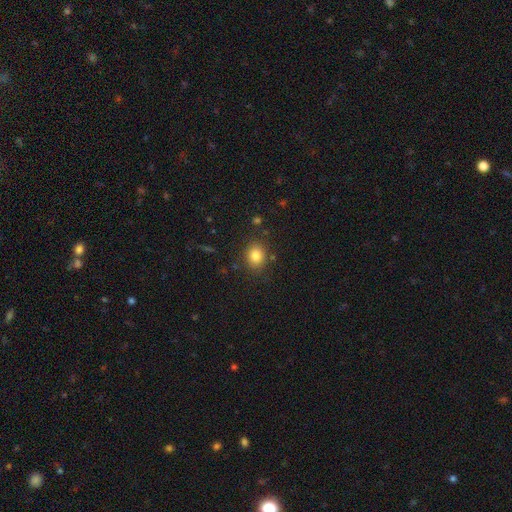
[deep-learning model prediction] smooth 83%, star or artifact 11%, featured or disk 6%. Down the decision tree: how rounded — round (57%); merging — none (85%).